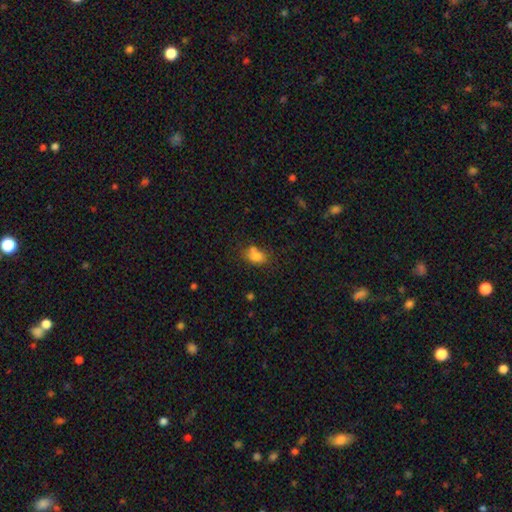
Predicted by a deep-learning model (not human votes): Overall: smooth (78%). How rounded: in between (72%). Merging: none (53%; minor disturbance 21%).